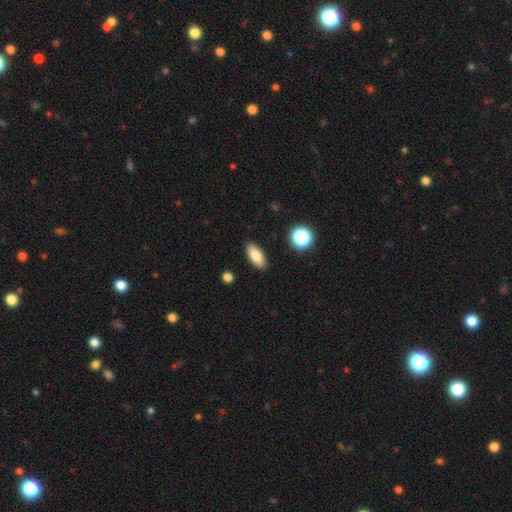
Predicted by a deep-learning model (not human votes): This appears to be a smooth galaxy with no disk features (81%) that is in between round and cigar-shaped (83%). Merging: none (89%).